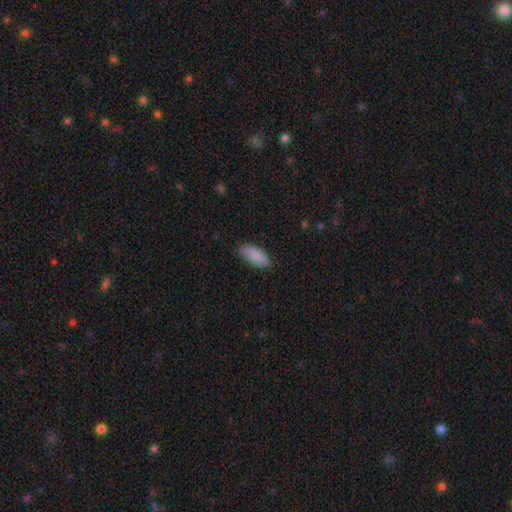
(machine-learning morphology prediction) Smooth or featured?
  - smooth: 90% *
  - star or artifact: 6%
  - featured or disk: 4%
How rounded?
  - in between: 83% *
  - cigar-shaped: 15%
  - round: 2%
Merging?
  - none: 84% *
  - minor disturbance: 13%
  - major disturbance: 2%
  - merger: 1%